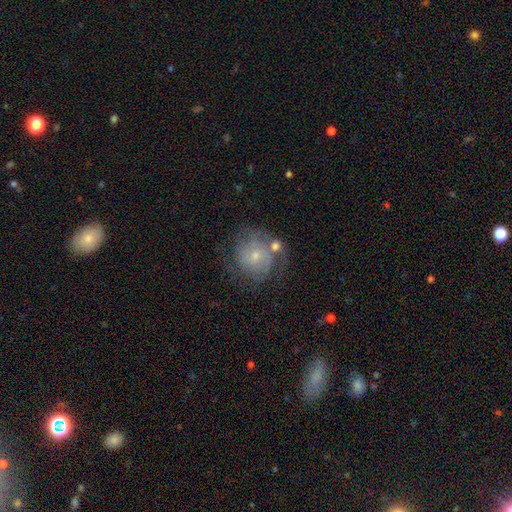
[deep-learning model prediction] Smooth or featured: featured or disk — 61% (smooth — 30%)
Edge-on disk: no — 97% (yes — 3%)
Bar: no — 69% (weak — 27%)
Spiral arms: yes — 78% (no — 22%)
Bulge size: small — 66% (moderate — 28%)
Merging: none — 52% (minor disturbance — 20%)